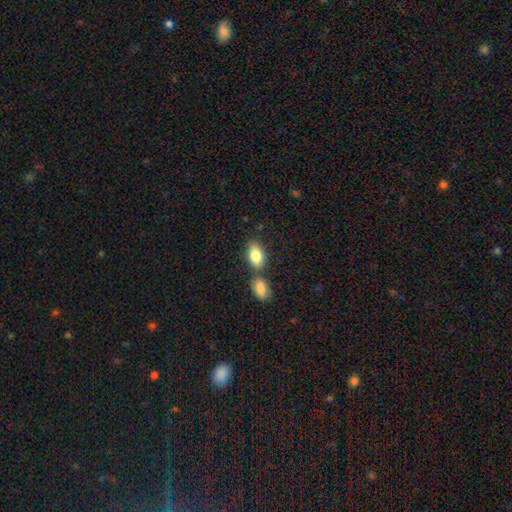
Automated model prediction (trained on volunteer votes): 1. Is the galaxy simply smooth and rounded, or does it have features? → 84% smooth, 9% featured or disk, 7% star or artifact.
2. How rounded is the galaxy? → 90% in between, 8% round, 2% cigar-shaped.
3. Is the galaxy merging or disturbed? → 61% none, 24% merger, 12% minor disturbance, 3% major disturbance.